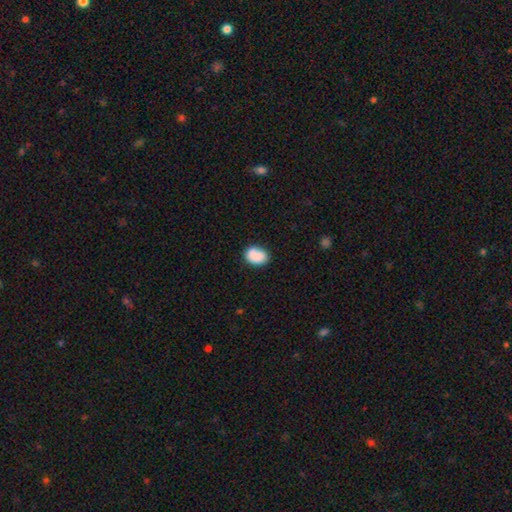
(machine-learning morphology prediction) Overall: smooth (87%). How rounded: in between (71%). Merging: none (75%).